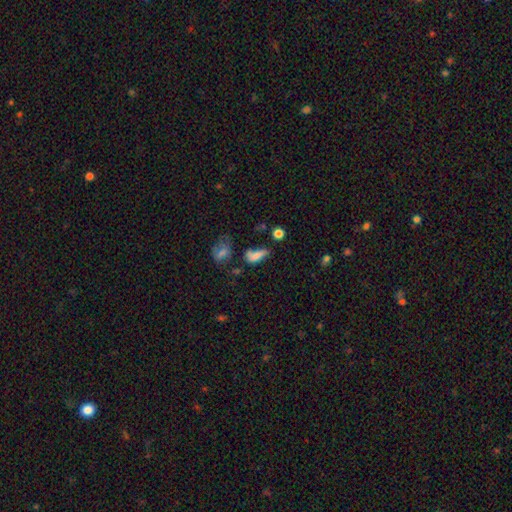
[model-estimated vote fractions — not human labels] Overall: smooth (66%). How rounded: in between (65%; cigar-shaped 26%). Merging: none (32%; minor disturbance 26%).